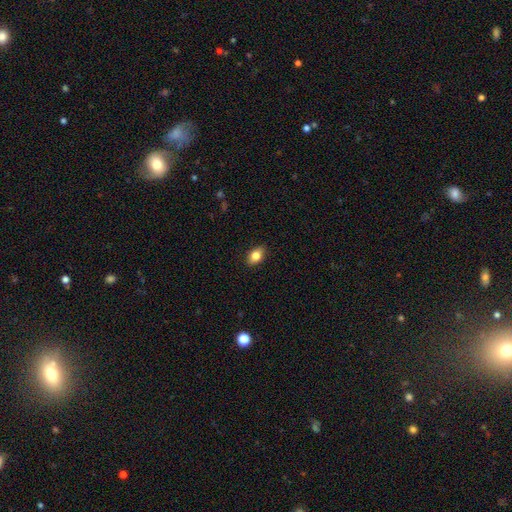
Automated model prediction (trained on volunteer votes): The model was most divided on "how rounded": in between: 83%, round: 15%, cigar-shaped: 2%. More confident: merging — none (87%); smooth or featured — smooth (83%).